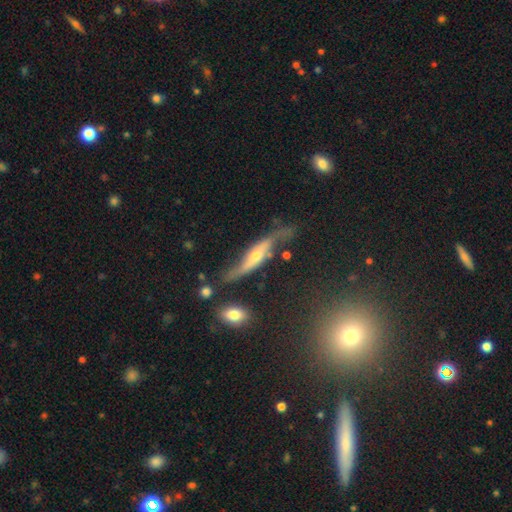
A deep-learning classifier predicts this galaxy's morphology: Q: Smooth or featured?
A: featured or disk (78%); runner-up: smooth (12%)
Q: Edge-on disk?
A: yes (54%); runner-up: no (46%)
Q: Merging?
A: none (65%); runner-up: minor disturbance (20%)